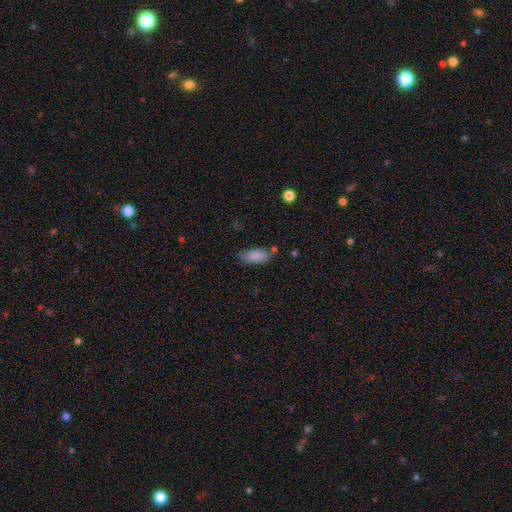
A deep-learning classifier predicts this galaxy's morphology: This is clearly a smooth galaxy (86%). How rounded: clearly in between (86%). Merging: likely none (65%).